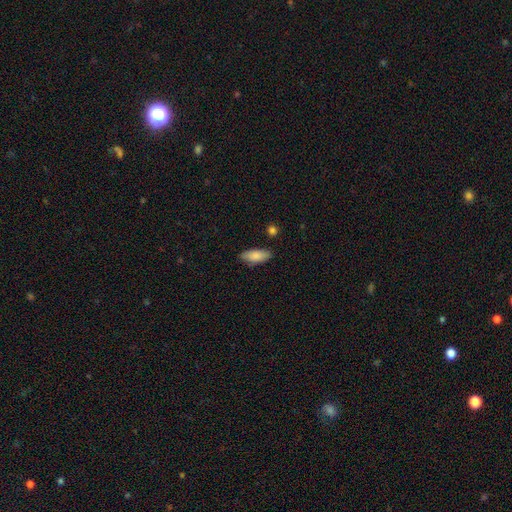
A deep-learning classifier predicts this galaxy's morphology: smooth 85%, featured or disk 9%, star or artifact 6%. Down the decision tree: how rounded — in between (78%); merging — none (82%).